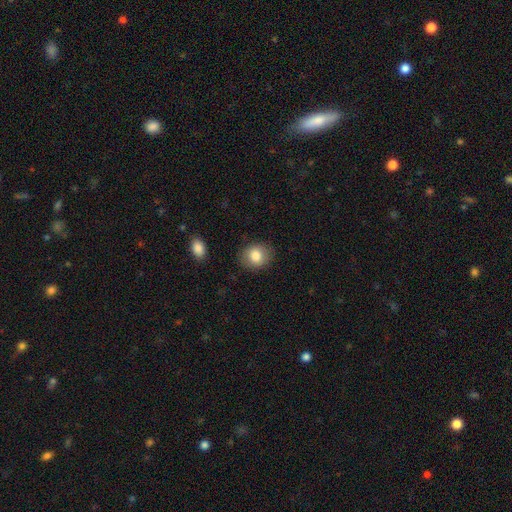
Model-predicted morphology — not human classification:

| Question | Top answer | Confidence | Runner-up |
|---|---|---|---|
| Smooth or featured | smooth | 83% | featured or disk (9%) |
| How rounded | round | 64% | in between (35%) |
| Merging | none | 86% | minor disturbance (10%) |